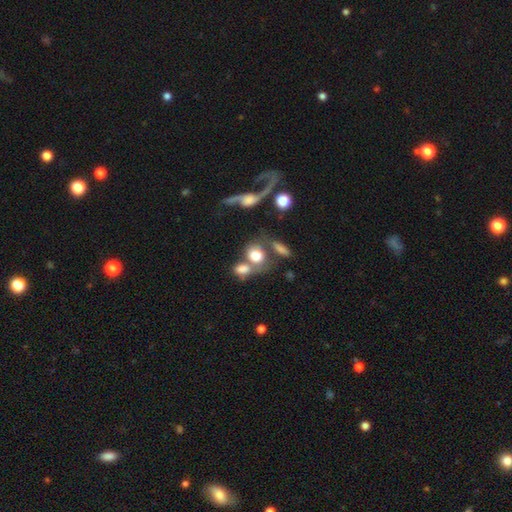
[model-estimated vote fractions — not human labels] Morphology: type=smooth (72%); roundness=round (55%); merging=merger (45%).